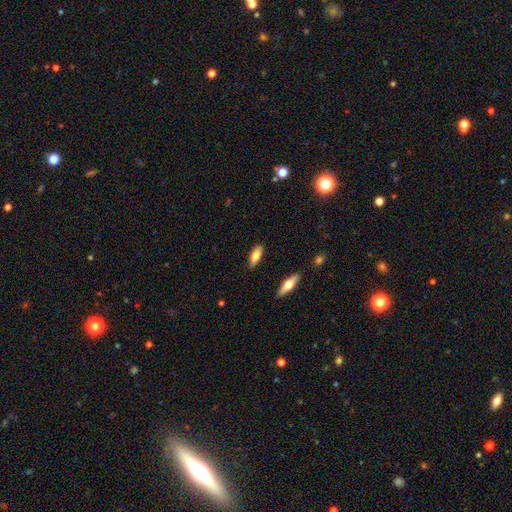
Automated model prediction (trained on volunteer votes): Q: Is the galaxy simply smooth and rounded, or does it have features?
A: smooth — 72%.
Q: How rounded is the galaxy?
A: in between — 65%.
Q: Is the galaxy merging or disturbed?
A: none — 86%.